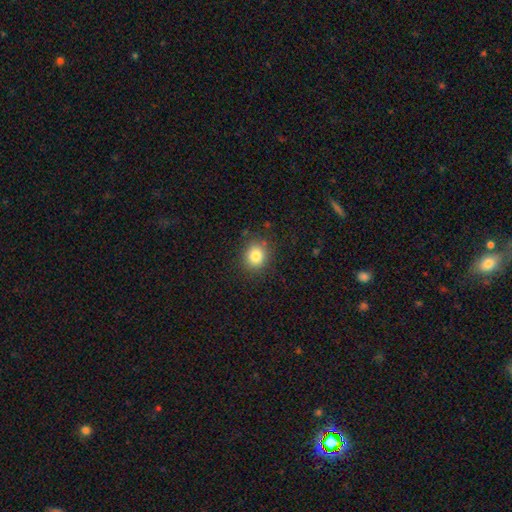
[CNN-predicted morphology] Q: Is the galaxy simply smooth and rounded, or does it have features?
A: smooth — 83%.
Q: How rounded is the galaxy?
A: round — 78%.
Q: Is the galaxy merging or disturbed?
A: none — 86%.